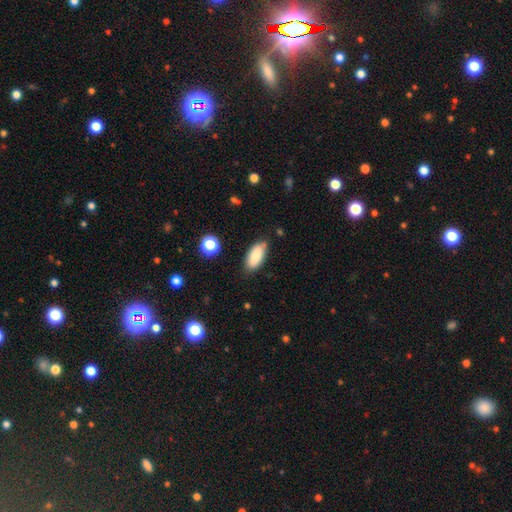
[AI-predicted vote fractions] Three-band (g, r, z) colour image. It shows a smooth galaxy with no disk features (85%) that is in between round and cigar-shaped (88%). Merging: none (77%).